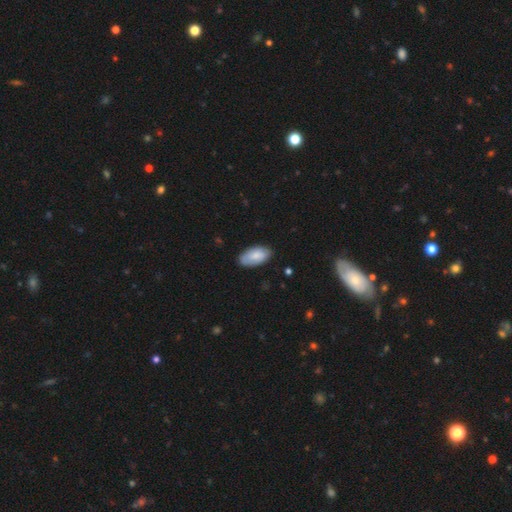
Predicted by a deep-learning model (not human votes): A smooth galaxy with no disk features (80%) that is in between round and cigar-shaped (95%).

Vote fractions:
- Smooth or featured? smooth: 80% / featured or disk: 15% / star or artifact: 6%
- How rounded? in between: 95% / cigar-shaped: 3% / round: 2%
- Merging? none: 79% / minor disturbance: 17% / major disturbance: 3% / merger: 1%